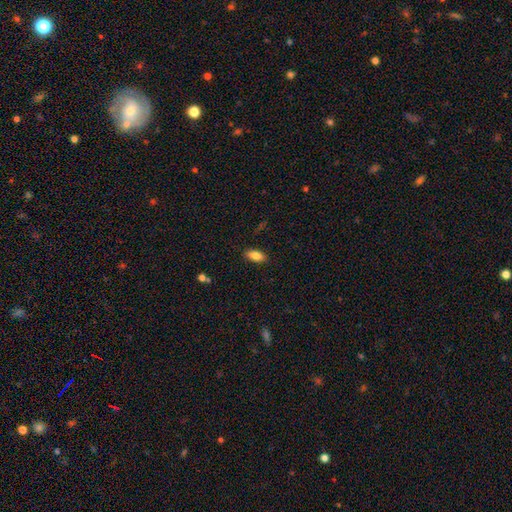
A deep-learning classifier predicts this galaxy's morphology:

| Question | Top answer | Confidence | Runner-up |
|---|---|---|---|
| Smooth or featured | smooth | 82% | featured or disk (10%) |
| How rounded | in between | 85% | cigar-shaped (13%) |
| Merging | none | 87% | minor disturbance (9%) |